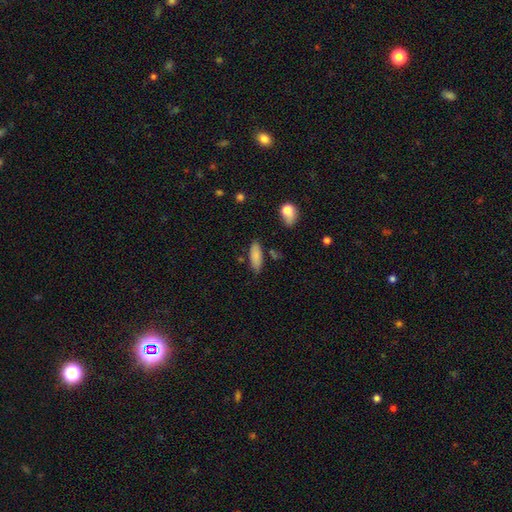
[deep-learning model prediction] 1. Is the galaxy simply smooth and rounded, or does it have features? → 84% smooth, 9% featured or disk, 7% star or artifact.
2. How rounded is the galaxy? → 70% in between, 28% cigar-shaped, 2% round.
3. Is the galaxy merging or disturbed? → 79% none, 13% minor disturbance, 4% merger, 3% major disturbance.